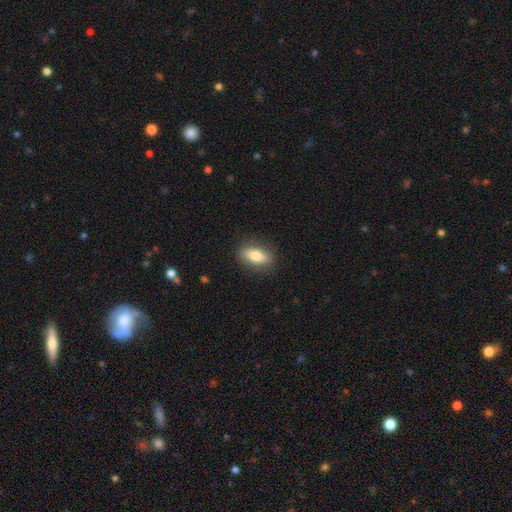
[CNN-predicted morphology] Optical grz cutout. It shows a smooth galaxy with no disk features (76%) that is in between round and cigar-shaped (80%). Merging: none (86%).